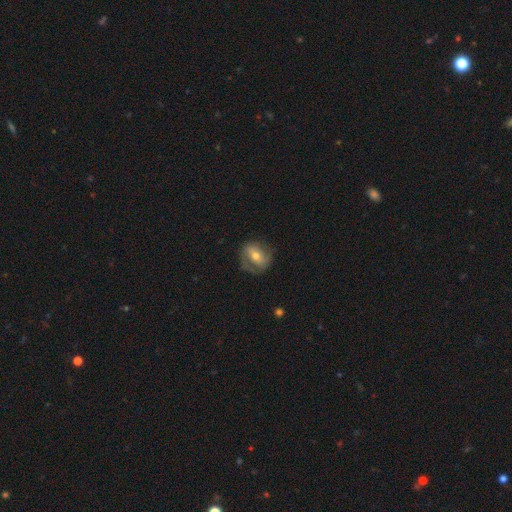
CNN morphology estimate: This is possibly a featured or disk galaxy (54%). It is clearly not viewed edge-on (94%). Bar: marginally no (41%). Spiral arm pattern: likely yes (69%). Central bulge: likely moderate (64%). Merging: likely none (63%).